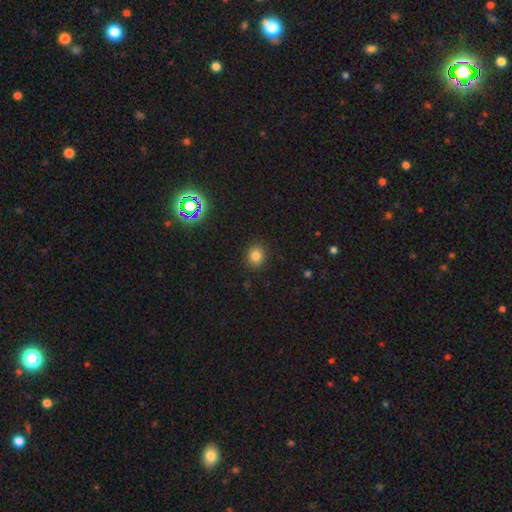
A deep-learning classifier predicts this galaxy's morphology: smooth-or-featured: smooth: 81% | star or artifact: 13% | featured or disk: 5%
  how-rounded: round: 73% | in between: 26% | cigar-shaped: 1%
  merging: none: 89% | minor disturbance: 7% | major disturbance: 2% | merger: 1%